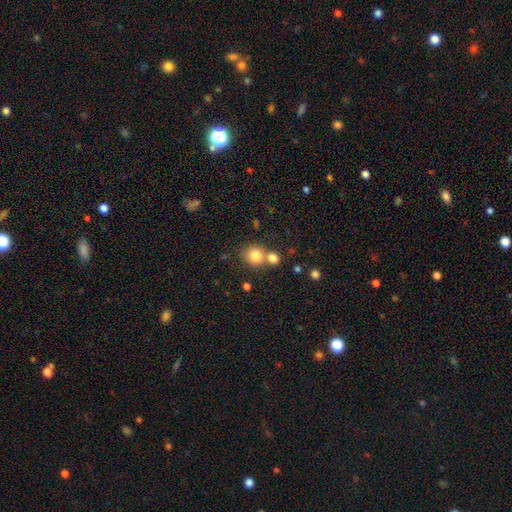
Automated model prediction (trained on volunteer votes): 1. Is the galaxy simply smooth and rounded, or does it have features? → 80% smooth, 11% star or artifact, 9% featured or disk.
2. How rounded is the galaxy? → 82% round, 17% in between, 1% cigar-shaped.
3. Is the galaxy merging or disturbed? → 52% none, 36% merger, 8% minor disturbance, 3% major disturbance.